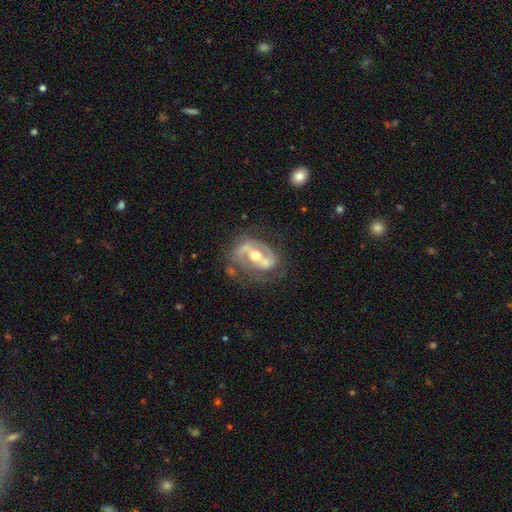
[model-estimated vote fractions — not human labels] This appears to be a featured or disk galaxy (84%) with a strong bar (52%), 2 (78%) medium (46%) spiral arms (81%) and a moderate central bulge (69%). Merging: none (58%).